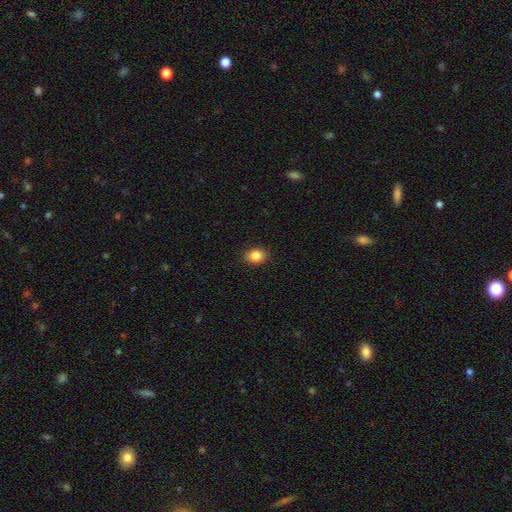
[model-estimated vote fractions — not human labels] This appears to be a smooth galaxy with no disk features (85%) that is in between round and cigar-shaped (58%). Merging: none (90%).